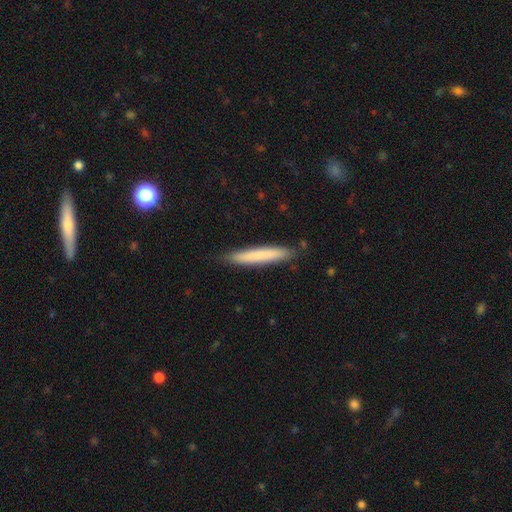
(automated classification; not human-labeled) Overall: smooth (64%; featured or disk 28%). How rounded: cigar-shaped (96%). Merging: none (88%).